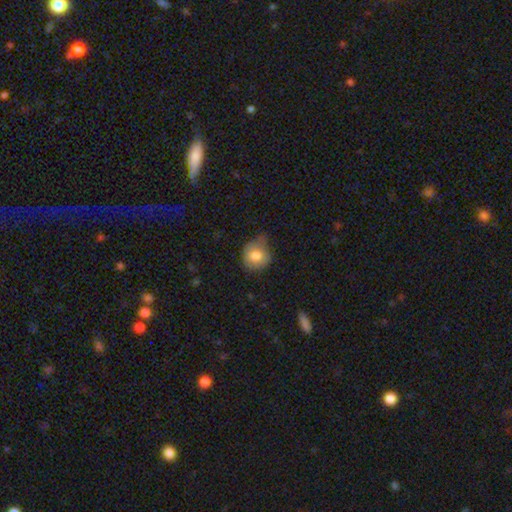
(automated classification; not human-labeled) smooth_or_featured: smooth (p=0.79) [alt: featured or disk p=0.13]
how_rounded: round (p=0.76) [alt: in between p=0.23]
merging: none (p=0.43) [alt: minor disturbance p=0.42]